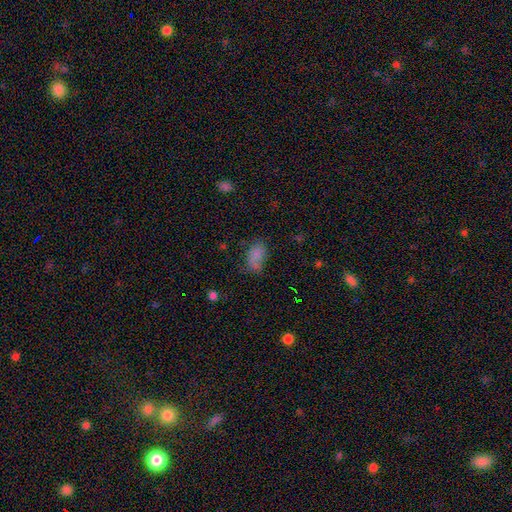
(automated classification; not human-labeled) smooth_or_featured: smooth (p=0.77) [alt: star or artifact p=0.13]
how_rounded: in between (p=0.91) [alt: round p=0.07]
merging: none (p=0.51) [alt: minor disturbance p=0.27]